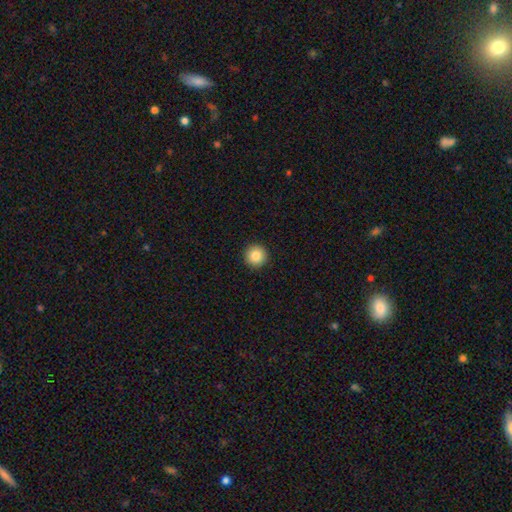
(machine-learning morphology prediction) type=smooth (85%); roundness=round (96%); merging=none (93%).